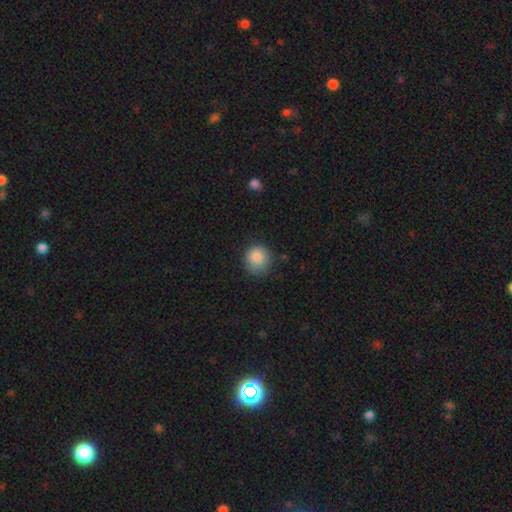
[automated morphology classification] Smooth or featured?
  - smooth: 86% *
  - star or artifact: 9%
  - featured or disk: 5%
How rounded?
  - round: 89% *
  - in between: 10%
  - cigar-shaped: 1%
Merging?
  - none: 76% *
  - minor disturbance: 18%
  - major disturbance: 4%
  - merger: 2%